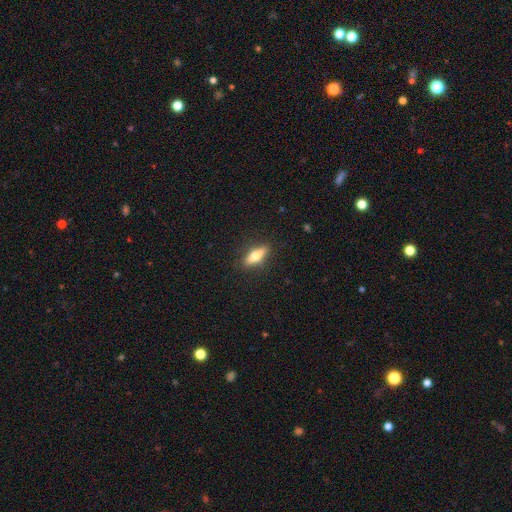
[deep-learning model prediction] The model was most divided on "how rounded": cigar-shaped: 55%, in between: 42%, round: 3%. More confident: merging — none (87%); smooth or featured — smooth (54%).